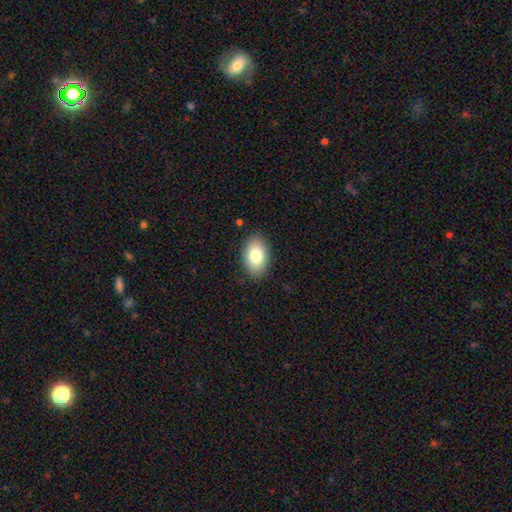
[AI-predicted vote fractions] A smooth galaxy with no disk features (80%) that is in between round and cigar-shaped (90%).

Vote fractions:
- Smooth or featured? smooth: 80% / featured or disk: 13% / star or artifact: 8%
- How rounded? in between: 90% / round: 8% / cigar-shaped: 1%
- Merging? none: 87% / minor disturbance: 9% / major disturbance: 2% / merger: 1%